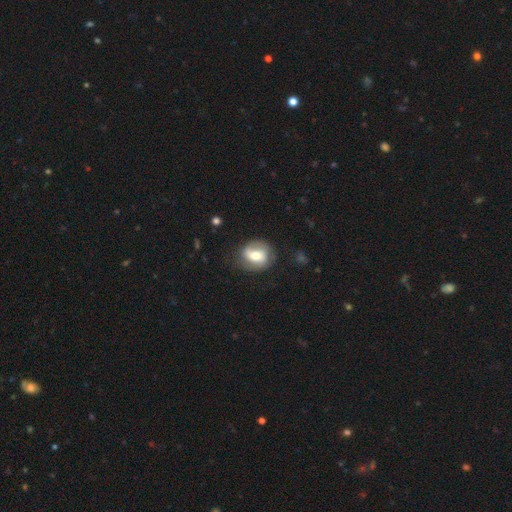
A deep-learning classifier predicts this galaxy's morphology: Smooth or featured?
  - featured or disk: 50% *
  - smooth: 43%
  - star or artifact: 7%
Edge-on disk?
  - no: 96% *
  - yes: 4%
Merging?
  - none: 71% *
  - minor disturbance: 19%
  - major disturbance: 8%
  - merger: 2%